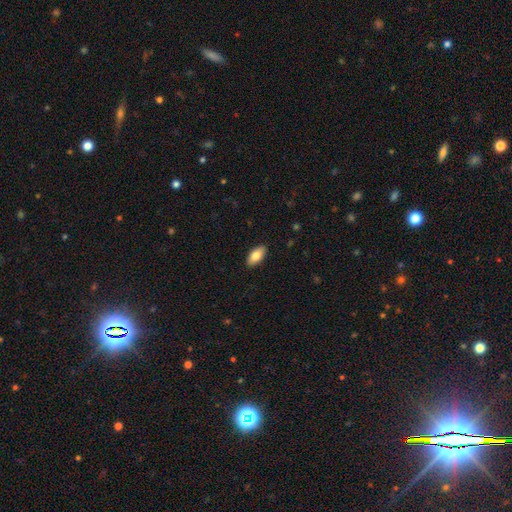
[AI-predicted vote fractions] Morphology: type=smooth (80%); roundness=in between (90%); merging=none (90%).